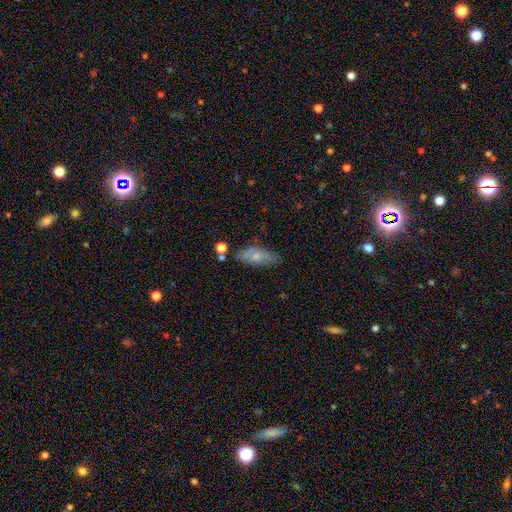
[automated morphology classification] Smooth or featured: smooth — 63% (featured or disk — 29%)
How rounded: in between — 78% (cigar-shaped — 18%)
Merging: none — 63% (minor disturbance — 23%)